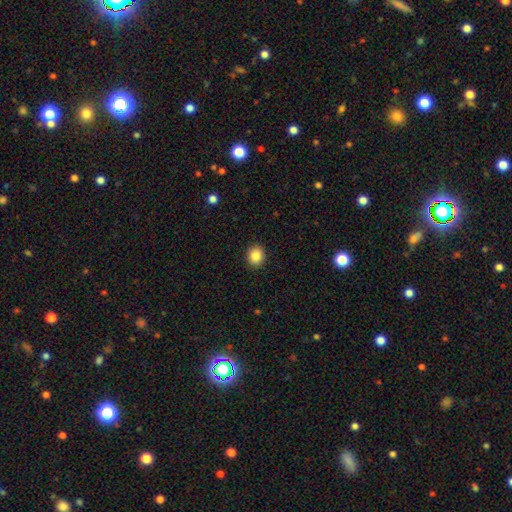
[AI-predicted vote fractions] A smooth galaxy with no disk features (86%) that is round (73%).

Vote fractions:
- Smooth or featured? smooth: 86% / star or artifact: 9% / featured or disk: 4%
- How rounded? round: 73% / in between: 27% / cigar-shaped: 1%
- Merging? none: 92% / minor disturbance: 6% / major disturbance: 2% / merger: 1%